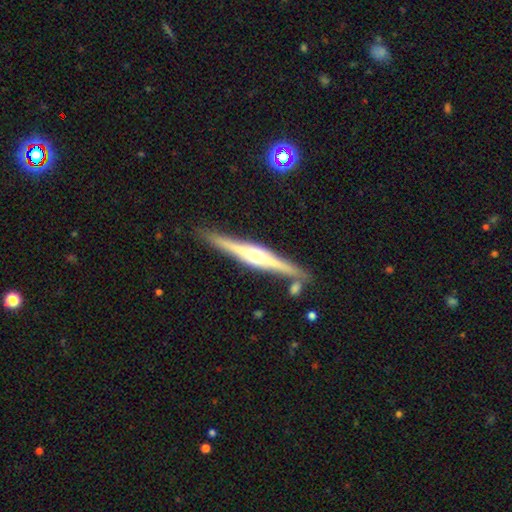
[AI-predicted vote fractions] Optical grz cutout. It shows a featured or disk galaxy (75%) viewed edge-on (97%) with a rounded central bulge (88%). Merging: none (83%).